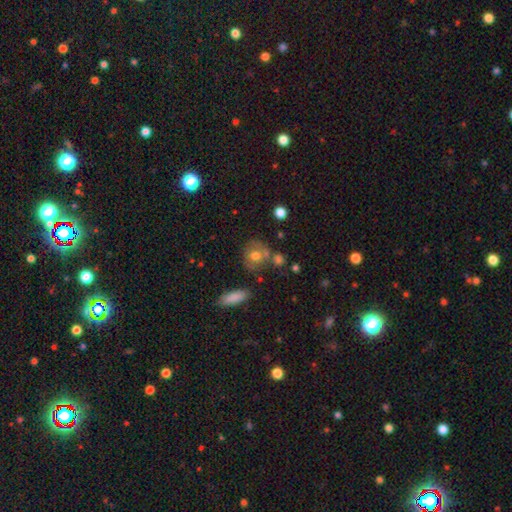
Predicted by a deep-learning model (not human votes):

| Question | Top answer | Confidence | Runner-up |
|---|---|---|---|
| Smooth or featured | smooth | 67% | featured or disk (22%) |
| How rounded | round | 66% | in between (32%) |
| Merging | none | 55% | merger (19%) |